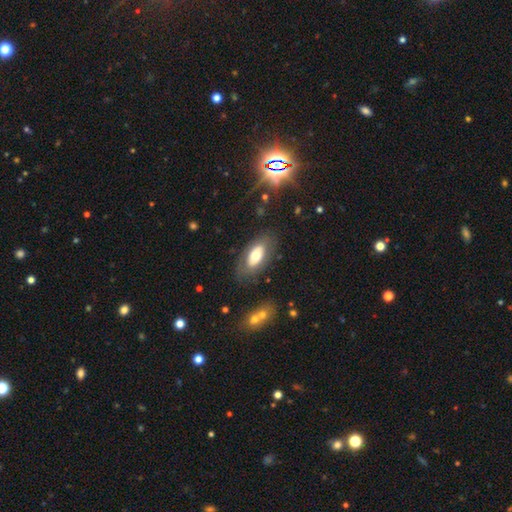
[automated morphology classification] Q: Smooth or featured?
A: smooth (56%); runner-up: featured or disk (37%)
Q: How rounded?
A: in between (91%); runner-up: cigar-shaped (5%)
Q: Merging?
A: none (77%); runner-up: minor disturbance (14%)